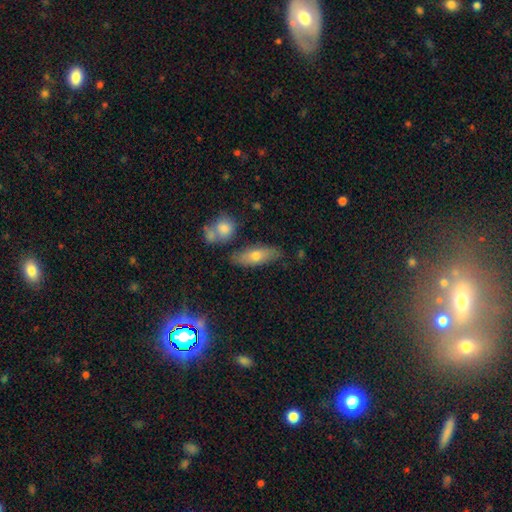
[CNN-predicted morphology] smooth_or_featured: smooth (p=0.65) [alt: featured or disk p=0.27]
how_rounded: in between (p=0.65) [alt: cigar-shaped p=0.32]
merging: none (p=0.76) [alt: minor disturbance p=0.13]